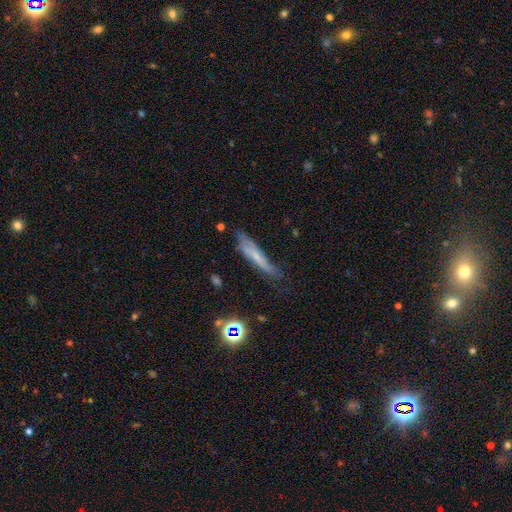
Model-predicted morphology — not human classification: type=smooth (50%); roundness=cigar-shaped (86%); merging=none (56%).